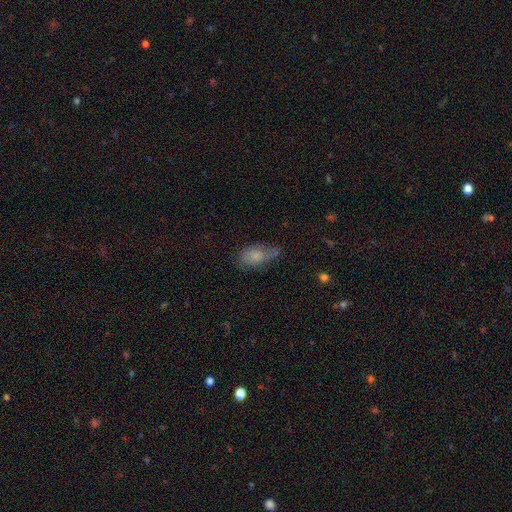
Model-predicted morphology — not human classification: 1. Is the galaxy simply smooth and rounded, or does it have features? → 75% smooth, 16% featured or disk, 9% star or artifact.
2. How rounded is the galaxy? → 87% in between, 7% round, 6% cigar-shaped.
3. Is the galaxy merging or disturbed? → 46% none, 34% minor disturbance, 13% major disturbance, 7% merger.